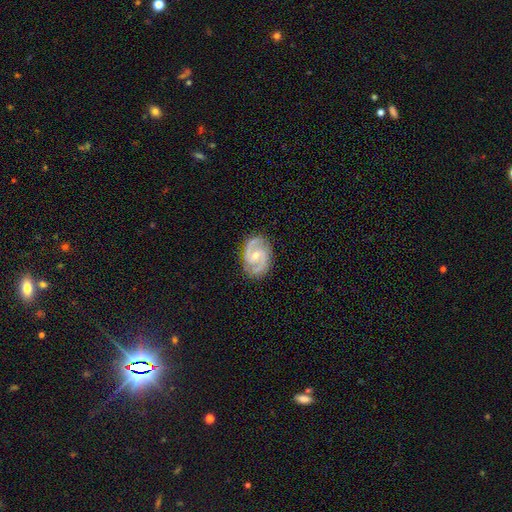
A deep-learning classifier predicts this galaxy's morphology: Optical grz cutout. It shows a featured or disk galaxy (91%) with a weak bar (47%), 2 (92%) medium (59%) spiral arms (98%) and a small central bulge (52%). Merging: none (83%).